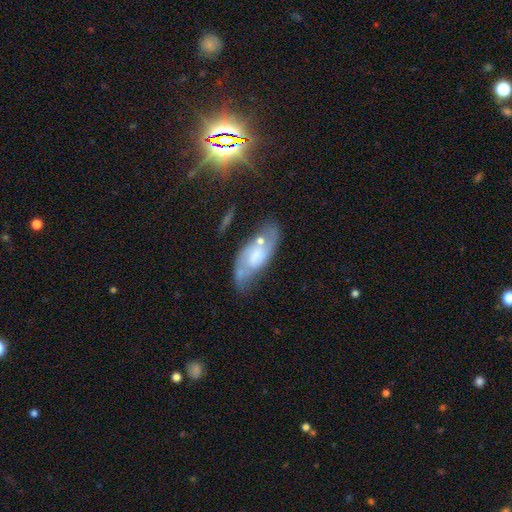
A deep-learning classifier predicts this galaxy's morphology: The model was most divided on "bulge size": moderate: 37%, small: 35%, none: 15%, large: 11%, dominant: 2%. Remaining: edge-on disk — no (89%); spiral arms — yes (81%); smooth or featured — featured or disk (60%); merging — none (51%); bar — no (50%).